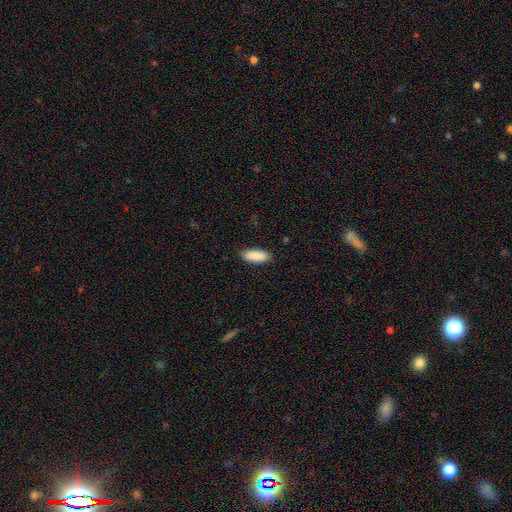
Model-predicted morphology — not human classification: smooth_or_featured: smooth (p=0.90) [alt: star or artifact p=0.06]
how_rounded: in between (p=0.79) [alt: cigar-shaped p=0.19]
merging: none (p=0.88) [alt: minor disturbance p=0.09]